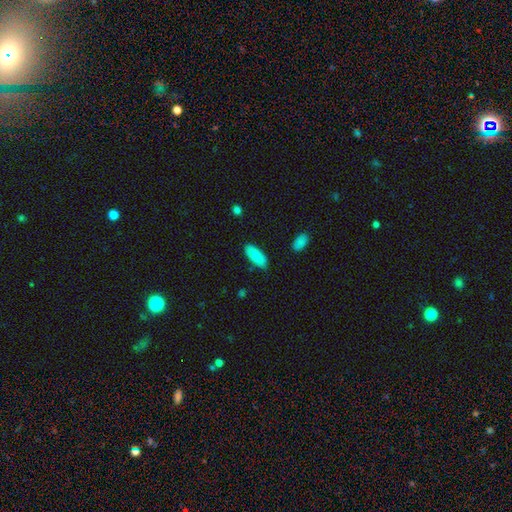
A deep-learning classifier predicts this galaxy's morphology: Overall: smooth (82%). How rounded: in between (85%). Merging: none (84%).